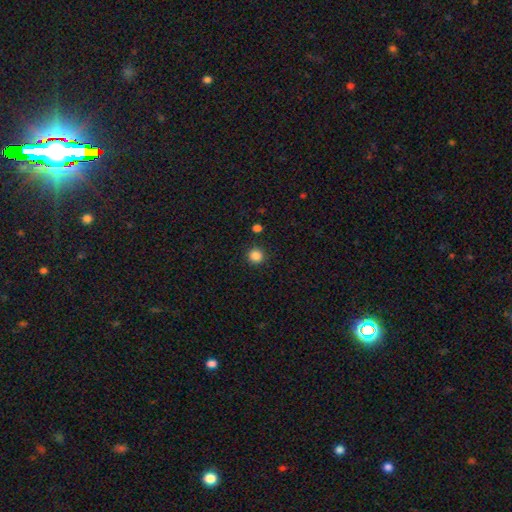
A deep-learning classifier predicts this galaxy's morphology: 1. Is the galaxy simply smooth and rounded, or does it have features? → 86% smooth, 11% star or artifact, 3% featured or disk.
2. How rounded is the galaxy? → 93% round, 6% in between, 1% cigar-shaped.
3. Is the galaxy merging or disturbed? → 90% none, 6% minor disturbance, 2% merger, 2% major disturbance.